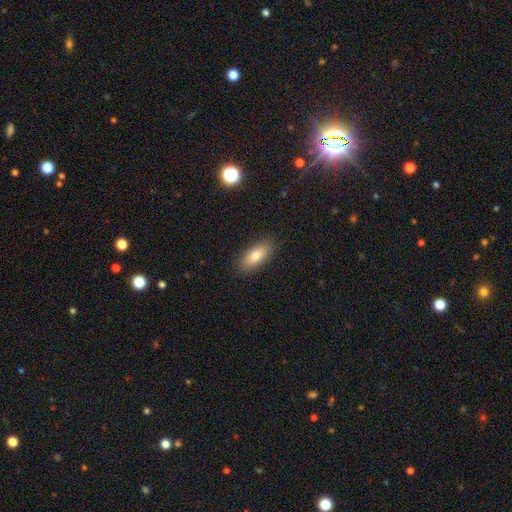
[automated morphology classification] smooth_or_featured: smooth (p=0.77) [alt: featured or disk p=0.15]
how_rounded: in between (p=0.82) [alt: cigar-shaped p=0.14]
merging: none (p=0.88) [alt: minor disturbance p=0.08]